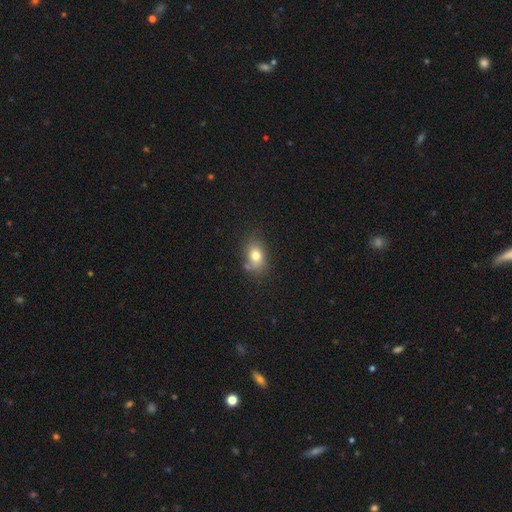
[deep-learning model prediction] This is likely a smooth galaxy (78%). How rounded: likely in between (72%). Merging: likely none (66%).